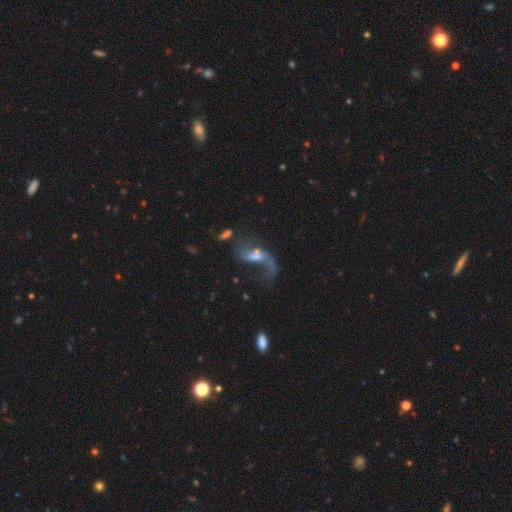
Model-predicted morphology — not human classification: This appears to be a featured or disk galaxy (74%) with a weak bar (46%), 2 (63%) loose (87%) spiral arms (82%) and a small central bulge (35%). Merging: major disturbance (36%).